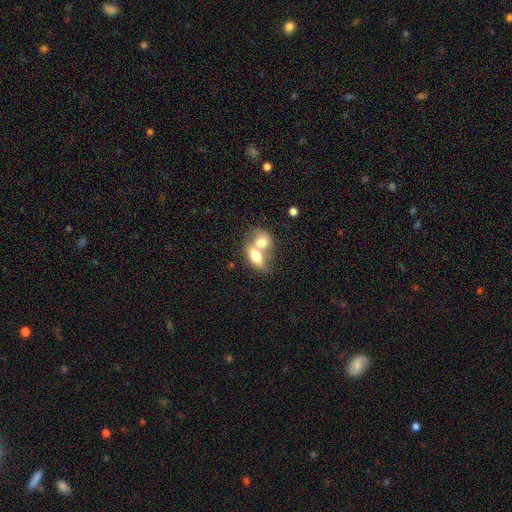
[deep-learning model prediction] Smooth or featured? smooth (68%)
How rounded? in between (78%)
Merging? merger (78%)